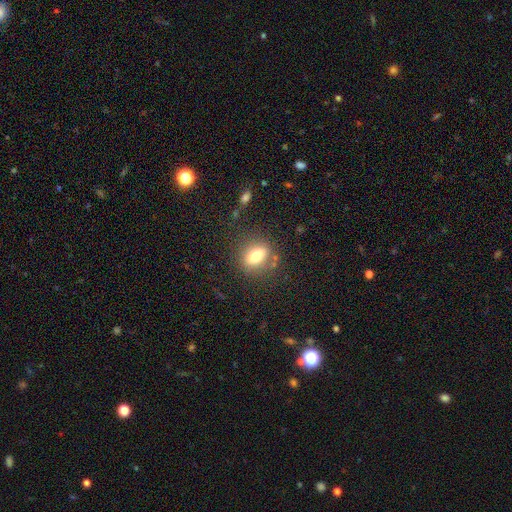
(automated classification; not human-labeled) This appears to be a smooth galaxy with no disk features (74%) that is in between round and cigar-shaped (65%). Merging: none (78%).